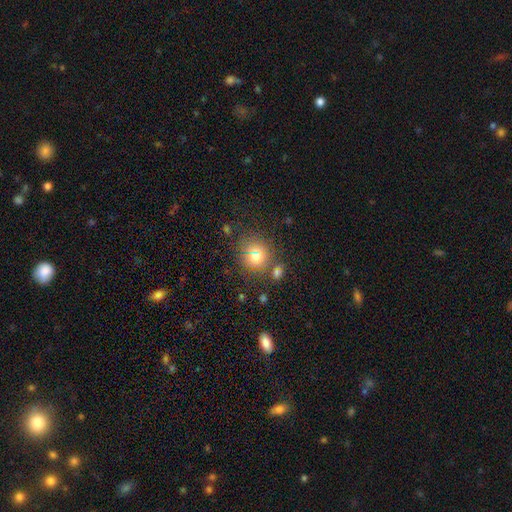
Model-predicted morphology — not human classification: Smooth or featured? smooth (76%)
How rounded? round (87%)
Merging? none (73%)